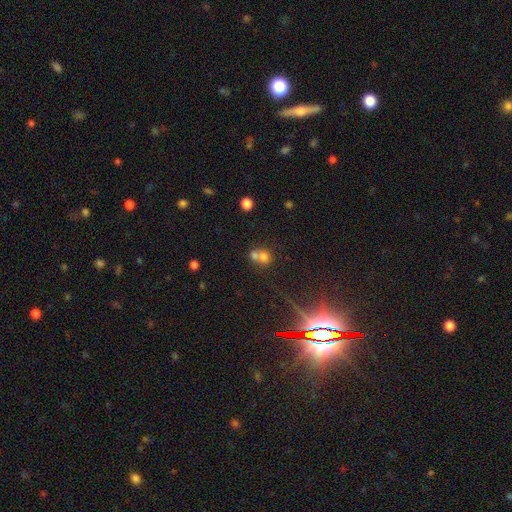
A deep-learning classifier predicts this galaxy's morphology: A smooth galaxy with no disk features (62%) that is round (77%).

Vote fractions:
- Smooth or featured? smooth: 62% / star or artifact: 22% / featured or disk: 16%
- How rounded? round: 77% / in between: 22% / cigar-shaped: 1%
- Merging? merger: 57% / none: 34% / minor disturbance: 6% / major disturbance: 3%